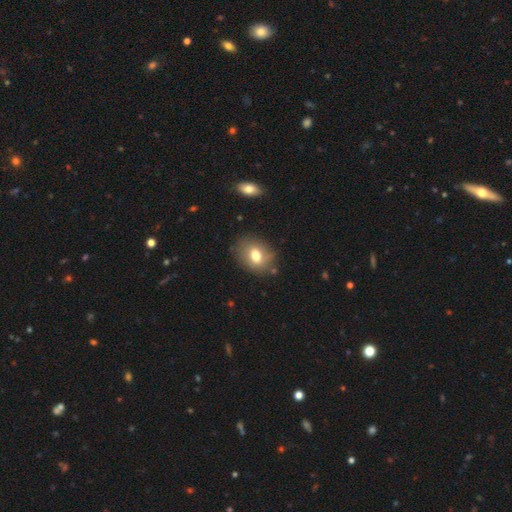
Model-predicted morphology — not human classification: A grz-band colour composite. It shows a smooth galaxy with no disk features (73%) that is in between round and cigar-shaped (58%). Merging: none (76%).